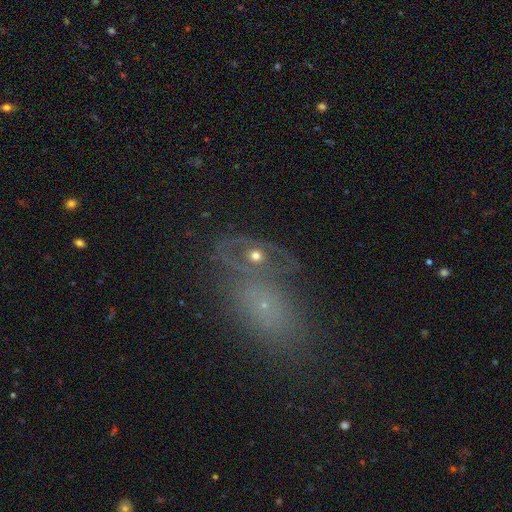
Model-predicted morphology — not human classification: featured or disk 58%, smooth 25%, star or artifact 18%. Down the decision tree: edge-on disk — no (93%); bar — no (87%); spiral arms — no (50%, tied with yes); bulge size — moderate (59%); merging — none (60%).